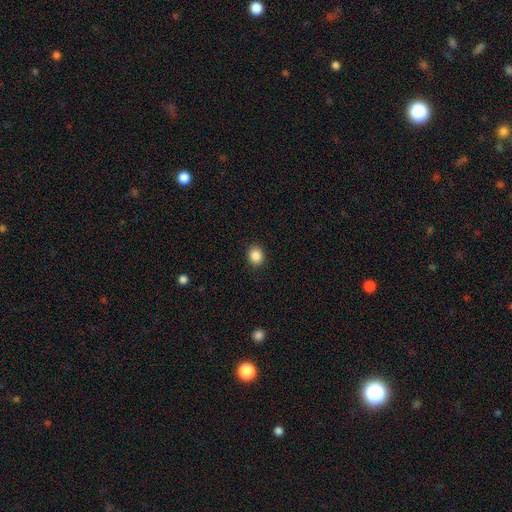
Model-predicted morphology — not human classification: The model was most divided on "how rounded": round: 63%, in between: 36%, cigar-shaped: 1%. More confident: merging — none (90%); smooth or featured — smooth (87%).